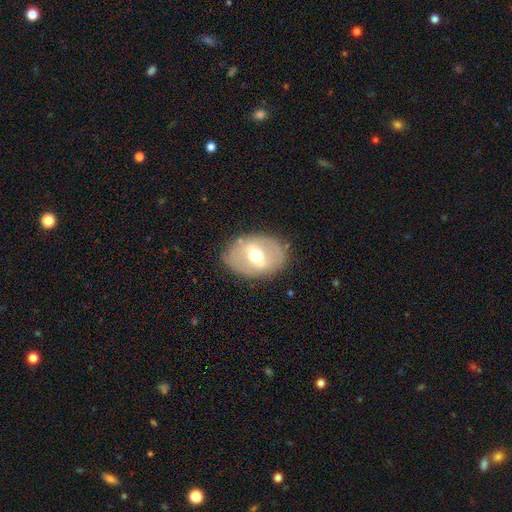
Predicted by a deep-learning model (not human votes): Overall: featured or disk (64%; smooth 30%). Edge-on disk: no (89%). Bar: strong (52%; weak 35%). Spiral arms: no (76%). Bulge size: moderate (70%). Merging: none (81%).